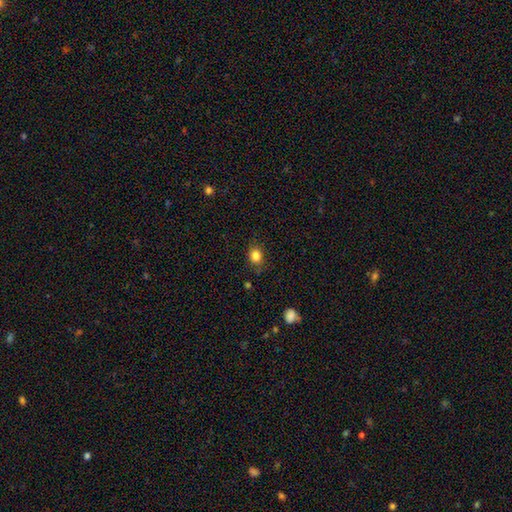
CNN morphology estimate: This is clearly a smooth galaxy (84%). How rounded: possibly round (57%). Merging: clearly none (80%).